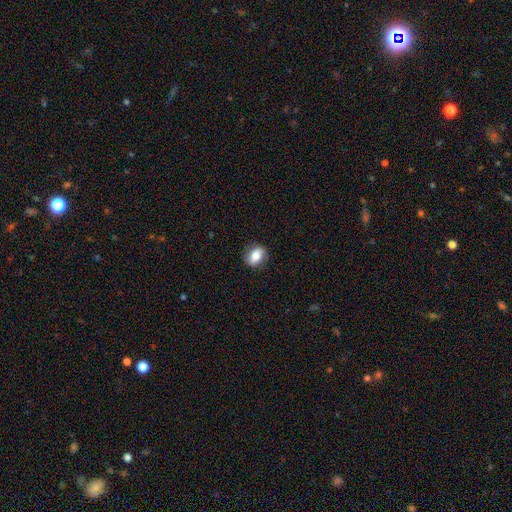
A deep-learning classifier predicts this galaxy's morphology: Smooth or featured? Predicted: smooth (p=0.74). How rounded? Predicted: in between (p=0.63). Merging? Predicted: none (p=0.83).